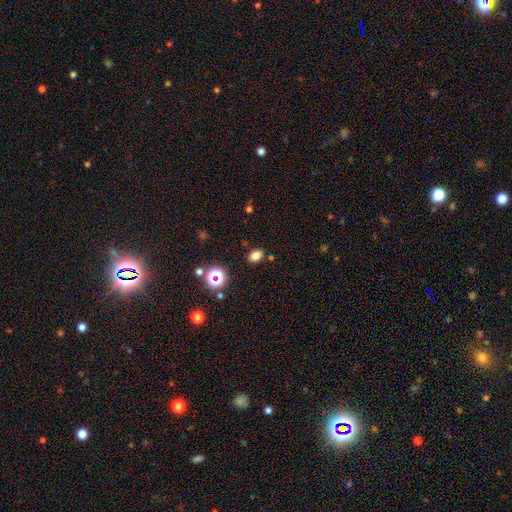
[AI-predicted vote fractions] This is likely a smooth galaxy (77%). How rounded: likely in between (75%). Merging: clearly none (86%).